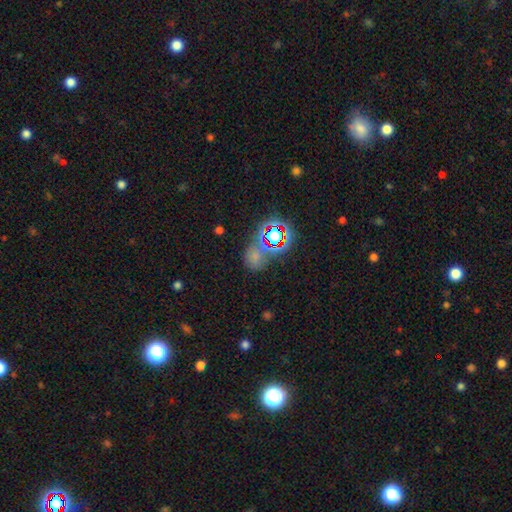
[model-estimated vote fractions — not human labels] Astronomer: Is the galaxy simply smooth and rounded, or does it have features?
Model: smooth — 49% (runner-up: star or artifact, 41%).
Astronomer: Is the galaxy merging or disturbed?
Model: none — 59%.